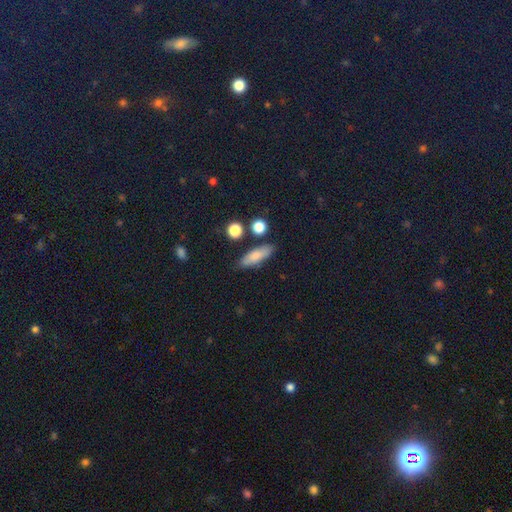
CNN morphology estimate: Smooth or featured: smooth — 79% (featured or disk — 14%)
How rounded: in between — 51% (cigar-shaped — 45%)
Merging: none — 79% (minor disturbance — 12%)